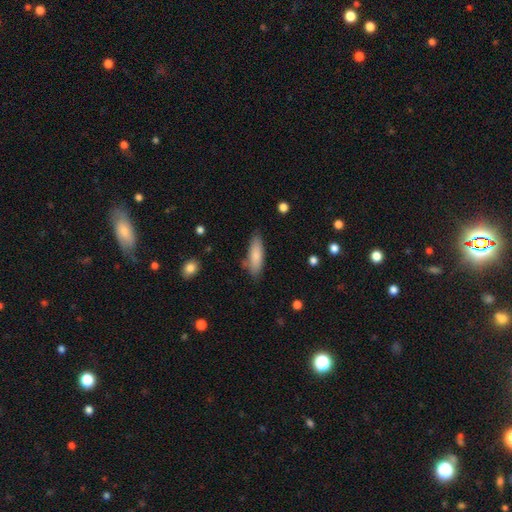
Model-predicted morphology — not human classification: Smooth or featured?
  - smooth: 82% *
  - featured or disk: 12%
  - star or artifact: 6%
How rounded?
  - cigar-shaped: 51% *
  - in between: 47%
  - round: 2%
Merging?
  - none: 77% *
  - minor disturbance: 16%
  - major disturbance: 3%
  - merger: 3%